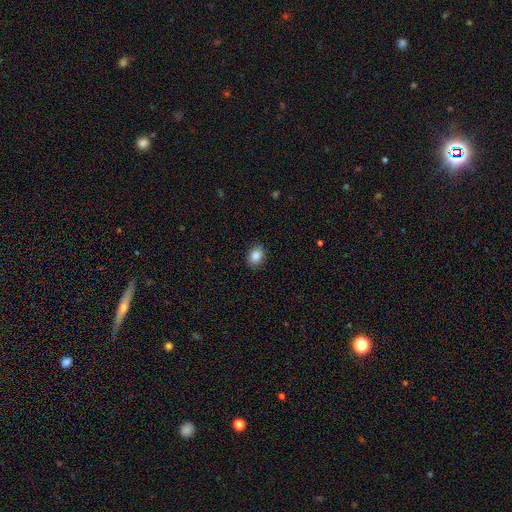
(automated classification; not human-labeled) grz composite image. It shows a smooth galaxy with no disk features (87%) that is in between round and cigar-shaped (66%). Merging: none (88%).